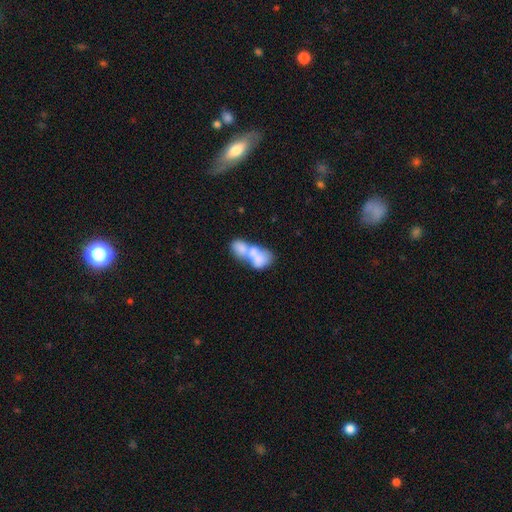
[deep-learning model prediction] Smooth or featured: smooth — 63% (featured or disk — 29%)
How rounded: in between — 81% (round — 14%)
Merging: merger — 78% (none — 10%)